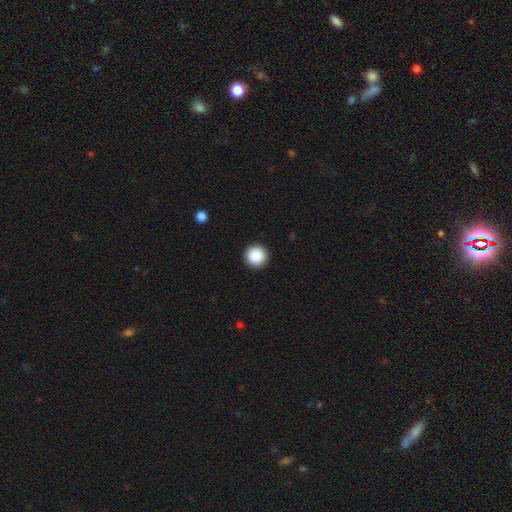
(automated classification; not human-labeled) Q: Smooth or featured?
A: smooth (88%); runner-up: star or artifact (9%)
Q: How rounded?
A: round (97%); runner-up: in between (2%)
Q: Merging?
A: none (93%); runner-up: minor disturbance (4%)